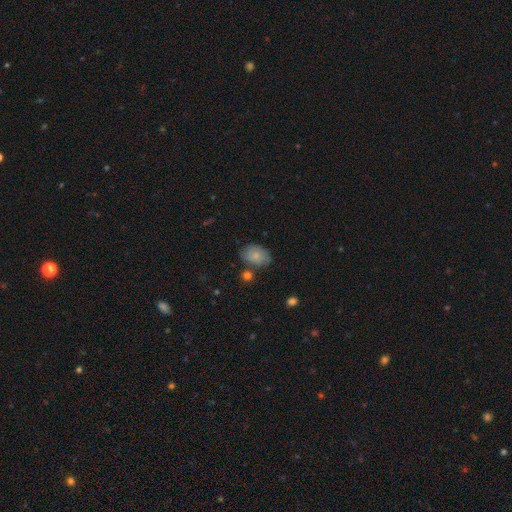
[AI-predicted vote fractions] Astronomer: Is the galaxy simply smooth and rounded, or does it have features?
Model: smooth — 71%.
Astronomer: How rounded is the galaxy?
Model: in between — 79%.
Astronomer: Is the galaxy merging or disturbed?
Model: none — 64%.